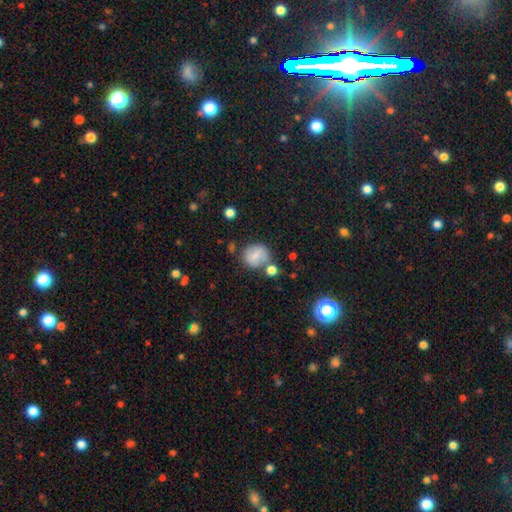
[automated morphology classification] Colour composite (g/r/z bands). It shows a smooth galaxy with no disk features (69%) that is round (78%). Merging: none (62%).